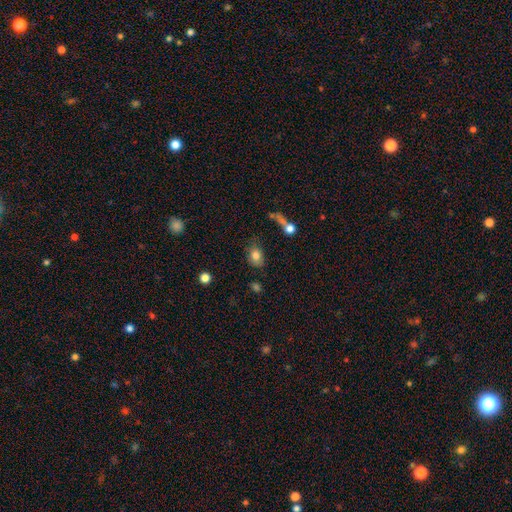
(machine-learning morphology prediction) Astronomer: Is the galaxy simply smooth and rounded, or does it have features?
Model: smooth — 80%.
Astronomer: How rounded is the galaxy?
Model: in between — 73%.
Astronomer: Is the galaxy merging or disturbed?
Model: none — 67%.